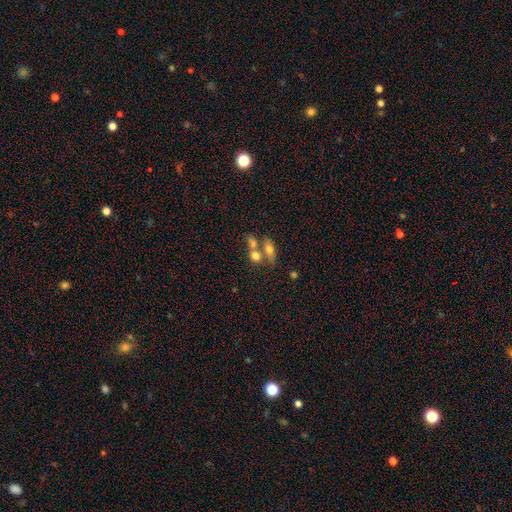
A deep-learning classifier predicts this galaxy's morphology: Overall: smooth (67%). How rounded: in between (63%; round 28%). Merging: merger (55%; none 31%).